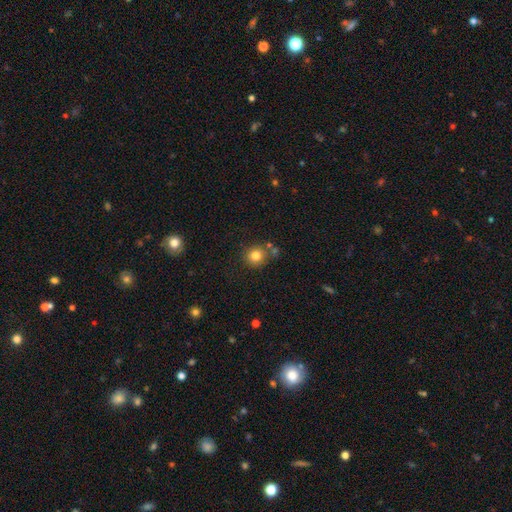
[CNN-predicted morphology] The model was most divided on "merging": none: 75%, merger: 11%, minor disturbance: 11%, major disturbance: 3%. More confident: how rounded — round (89%); smooth or featured — smooth (81%).